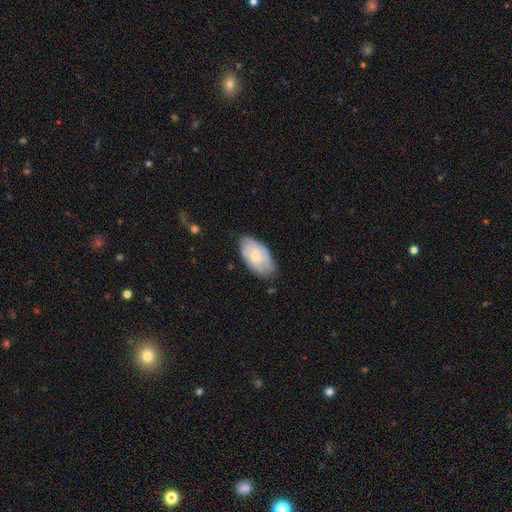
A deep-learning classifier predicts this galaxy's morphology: Smooth or featured? smooth (61%)
How rounded? in between (94%)
Merging? none (69%)